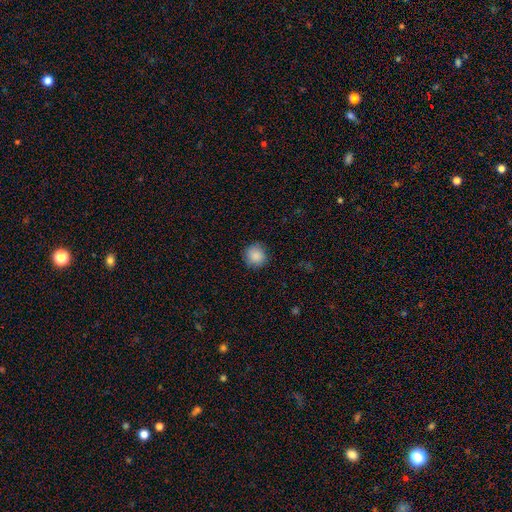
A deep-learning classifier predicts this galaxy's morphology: Smooth or featured? smooth (88%)
How rounded? round (93%)
Merging? none (88%)